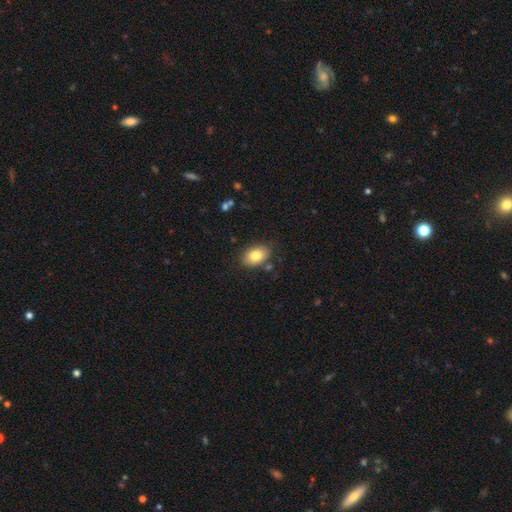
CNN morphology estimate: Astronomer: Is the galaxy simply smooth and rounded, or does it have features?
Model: smooth — 81%.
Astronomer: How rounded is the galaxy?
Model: in between — 86%.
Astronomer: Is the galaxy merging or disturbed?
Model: none — 81%.